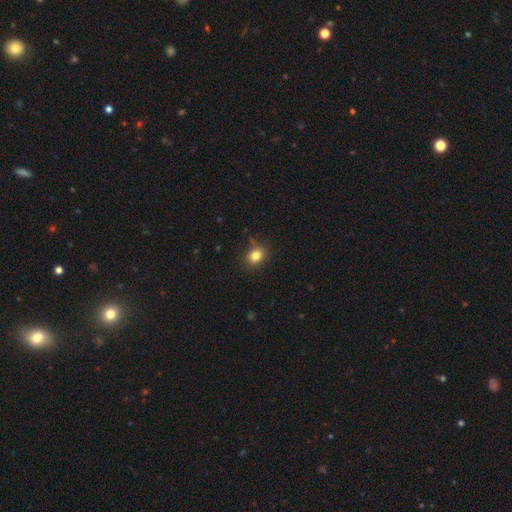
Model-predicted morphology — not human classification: type=smooth (83%); roundness=round (55%); merging=none (84%).